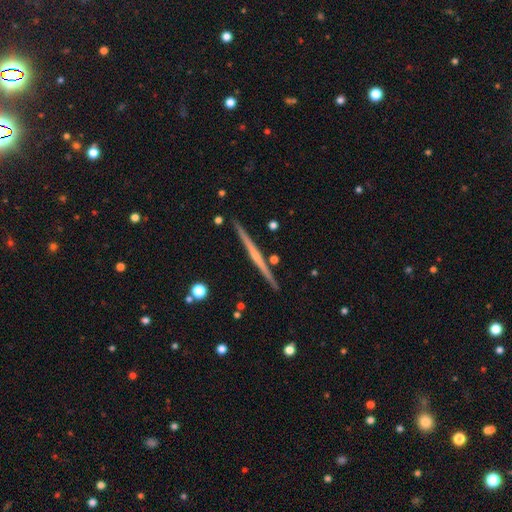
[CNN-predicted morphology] Overall: featured or disk (72%). Edge-on disk: yes (98%). Edge-on bulge: none (66%; rounded 28%). Merging: none (91%).